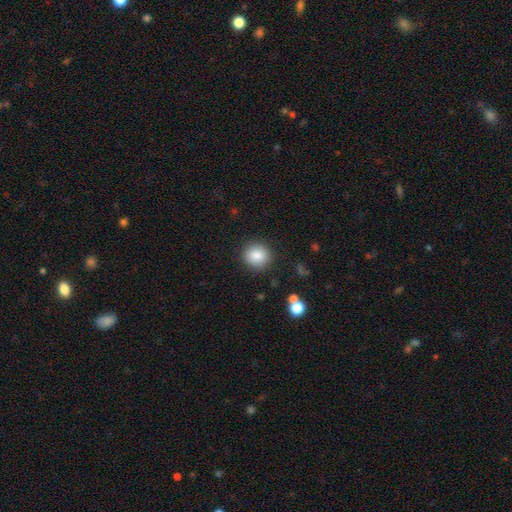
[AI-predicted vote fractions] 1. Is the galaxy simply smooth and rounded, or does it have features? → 85% smooth, 9% star or artifact, 6% featured or disk.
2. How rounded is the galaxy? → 89% round, 10% in between, 1% cigar-shaped.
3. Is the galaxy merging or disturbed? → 89% none, 7% minor disturbance, 2% major disturbance, 2% merger.